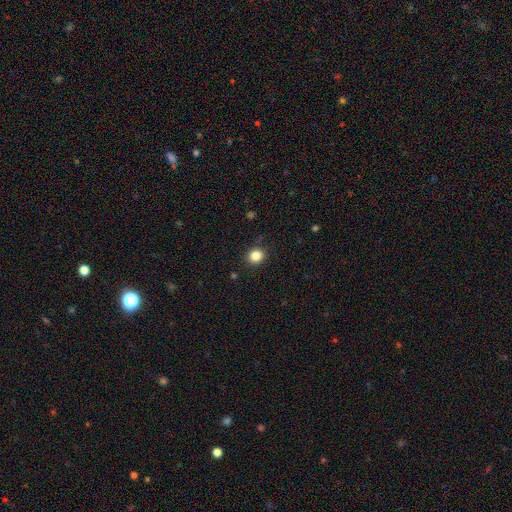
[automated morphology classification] The model was most divided on "how rounded": round: 83%, in between: 16%, cigar-shaped: 1%. More confident: merging — none (90%); smooth or featured — smooth (85%).